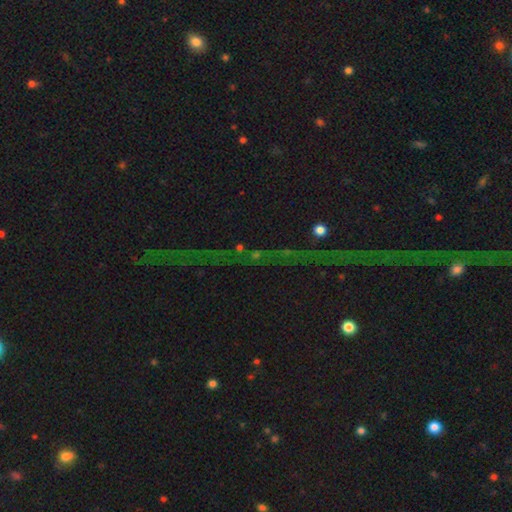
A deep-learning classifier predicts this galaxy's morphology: Smooth or featured? star or artifact (73%)